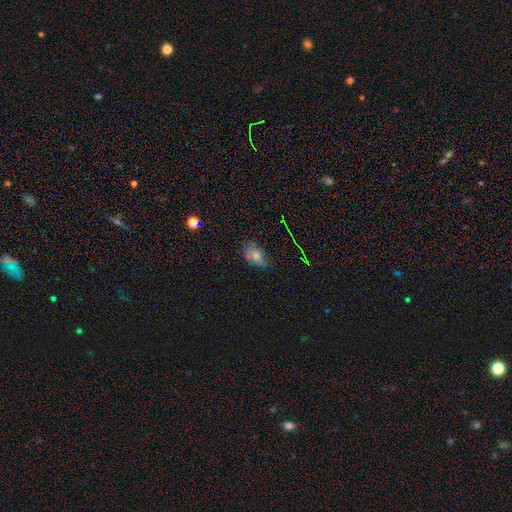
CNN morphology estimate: This is possibly a smooth galaxy (54%). How rounded: clearly in between (85%). Merging: likely none (67%).